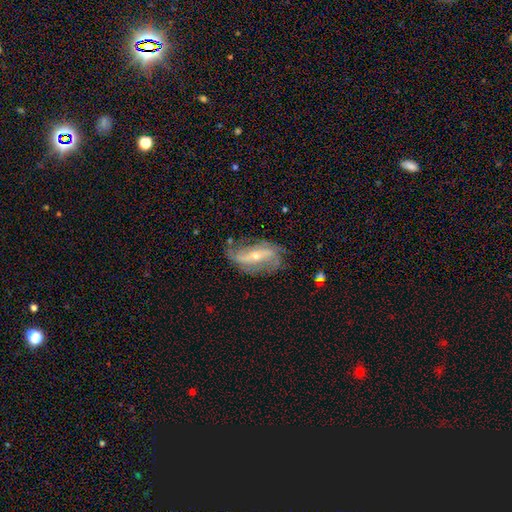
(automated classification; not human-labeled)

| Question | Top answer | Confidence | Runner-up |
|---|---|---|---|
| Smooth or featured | featured or disk | 82% | smooth (11%) |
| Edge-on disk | no | 90% | yes (10%) |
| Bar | strong | 51% | weak (29%) |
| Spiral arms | yes | 89% | no (11%) |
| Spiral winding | loose | 61% | medium (26%) |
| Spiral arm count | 2 | 79% | can't tell (10%) |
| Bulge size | small | 54% | moderate (43%) |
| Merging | none | 65% | minor disturbance (22%) |